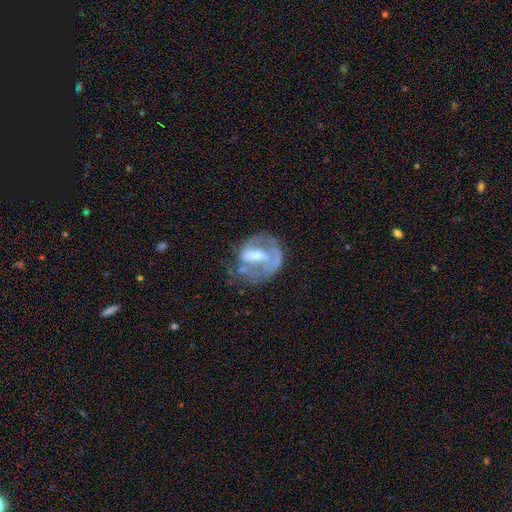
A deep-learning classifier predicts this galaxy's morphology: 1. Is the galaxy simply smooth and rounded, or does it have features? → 69% featured or disk, 22% smooth, 8% star or artifact.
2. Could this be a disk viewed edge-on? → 96% no, 4% yes.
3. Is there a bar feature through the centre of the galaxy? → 43% strong, 38% weak, 19% no.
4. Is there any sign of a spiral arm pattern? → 59% yes, 41% no.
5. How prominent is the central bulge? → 42% moderate, 24% small, 16% large, 16% none, 2% dominant.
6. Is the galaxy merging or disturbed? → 44% none, 29% major disturbance, 23% minor disturbance, 4% merger.